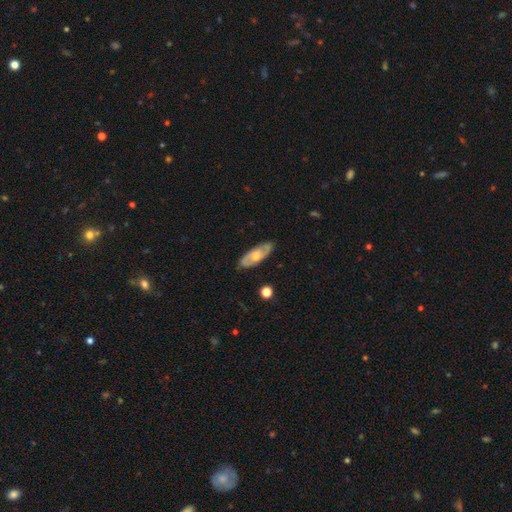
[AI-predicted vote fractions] smooth-or-featured: featured or disk: 63% | smooth: 32% | star or artifact: 6%
  disk-edge-on: no: 80% | yes: 20%
    bar: no: 68% | weak: 27% | strong: 6%
    has-spiral-arms: yes: 70% | no: 30%
    bulge-size: moderate: 64% | small: 21% | large: 10% | none: 3% | dominant: 1%
  merging: none: 85% | minor disturbance: 11% | major disturbance: 2% | merger: 1%